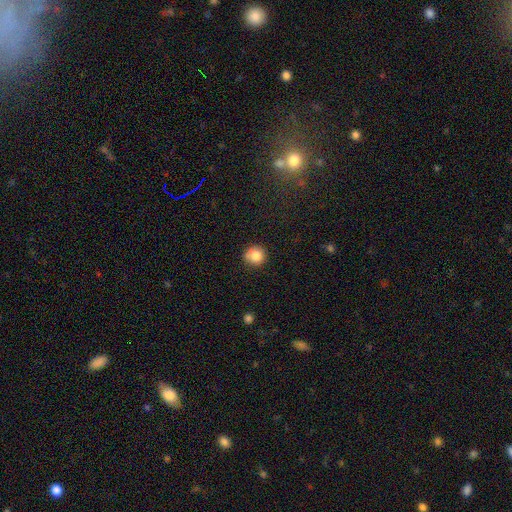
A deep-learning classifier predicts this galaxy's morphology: Q: Smooth or featured?
A: smooth (84%); runner-up: star or artifact (10%)
Q: How rounded?
A: round (92%); runner-up: in between (7%)
Q: Merging?
A: none (84%); runner-up: minor disturbance (11%)